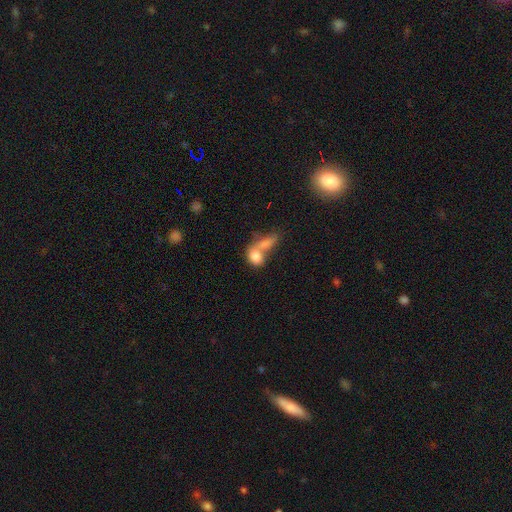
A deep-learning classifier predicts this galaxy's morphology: The model was most divided on "merging": merger: 66%, none: 21%, minor disturbance: 7%, major disturbance: 6%. More confident: smooth or featured — smooth (80%); how rounded — in between (75%).